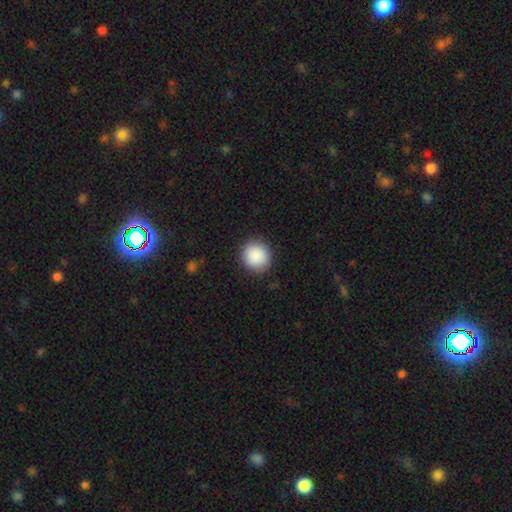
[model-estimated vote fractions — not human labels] Morphology: type=smooth (90%); roundness=round (90%); merging=none (90%).